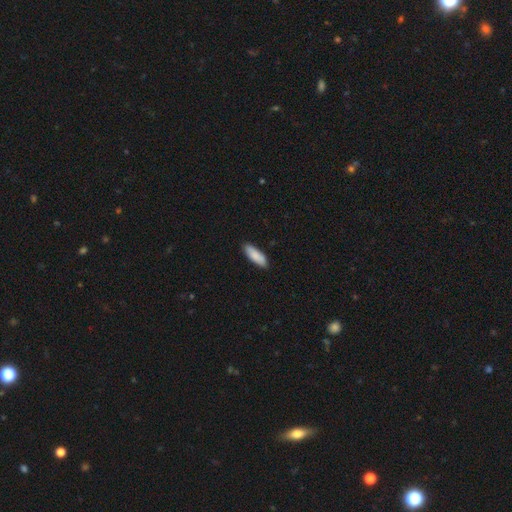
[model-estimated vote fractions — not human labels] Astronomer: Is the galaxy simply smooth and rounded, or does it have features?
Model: smooth — 87%.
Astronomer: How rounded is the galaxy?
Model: in between — 58% (runner-up: cigar-shaped, 41%).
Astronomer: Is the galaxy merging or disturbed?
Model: none — 89%.